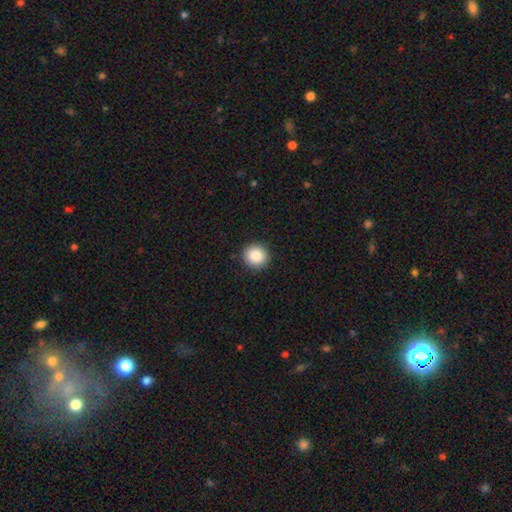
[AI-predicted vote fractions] smooth 87%, star or artifact 9%, featured or disk 4%. Down the decision tree: how rounded — round (92%); merging — none (92%).